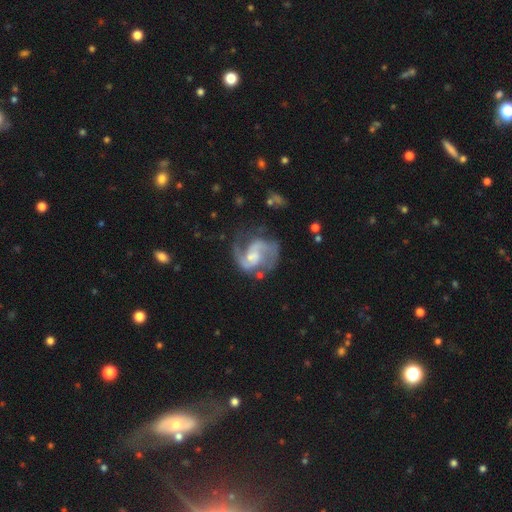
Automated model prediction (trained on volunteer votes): Q: Smooth or featured?
A: featured or disk (89%); runner-up: smooth (6%)
Q: Edge-on disk?
A: no (98%); runner-up: yes (2%)
Q: Bar?
A: no (47%); runner-up: weak (44%)
Q: Spiral arms?
A: yes (97%); runner-up: no (3%)
Q: Spiral winding?
A: medium (59%); runner-up: loose (23%)
Q: Spiral arm count?
A: 2 (88%); runner-up: can't tell (4%)
Q: Bulge size?
A: small (46%); runner-up: moderate (36%)
Q: Merging?
A: none (60%); runner-up: minor disturbance (21%)